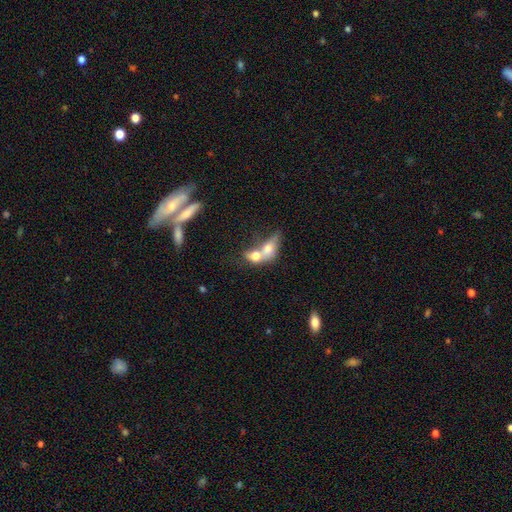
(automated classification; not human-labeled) smooth-or-featured: smooth: 67% | featured or disk: 24% | star or artifact: 8%
  how-rounded: in between: 63% | round: 32% | cigar-shaped: 5%
  merging: merger: 79% | none: 11% | major disturbance: 5% | minor disturbance: 5%